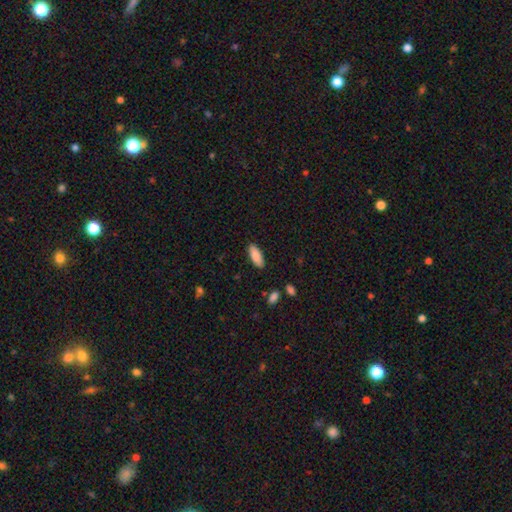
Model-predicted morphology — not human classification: A smooth galaxy with no disk features (88%) that is in between round and cigar-shaped (78%). Merging: none (87%).